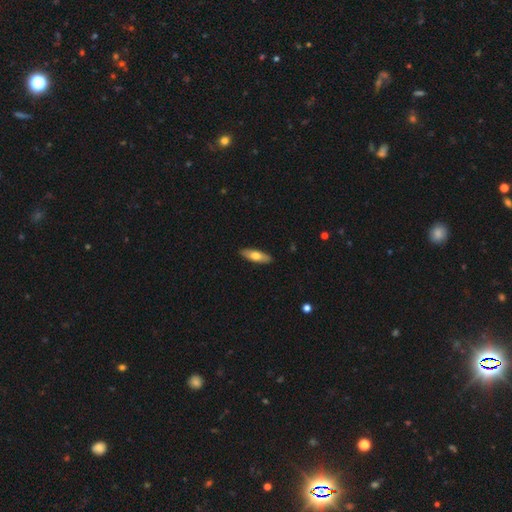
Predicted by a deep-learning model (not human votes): Smooth or featured: smooth — 66% (featured or disk — 28%)
How rounded: in between — 53% (cigar-shaped — 44%)
Merging: none — 90% (minor disturbance — 8%)